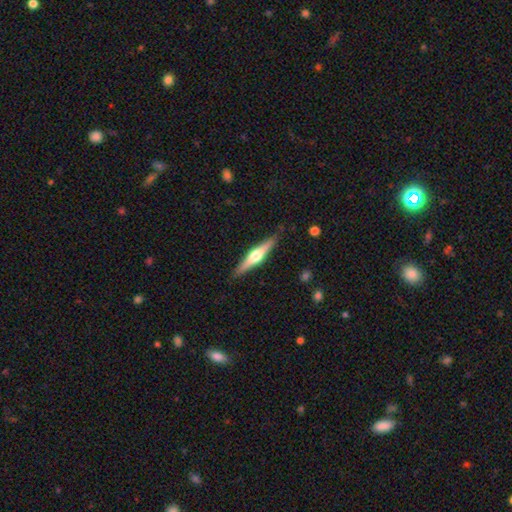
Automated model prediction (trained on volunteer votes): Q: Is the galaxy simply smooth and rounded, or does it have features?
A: featured or disk — 67%.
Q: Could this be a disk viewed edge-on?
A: yes — 97%.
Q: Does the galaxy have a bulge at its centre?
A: rounded — 93%.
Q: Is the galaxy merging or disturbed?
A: none — 88%.